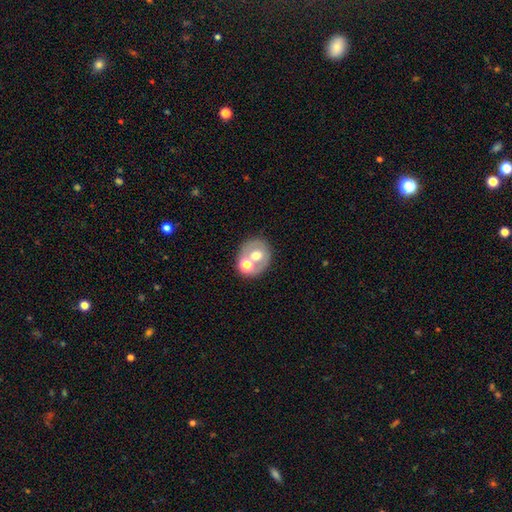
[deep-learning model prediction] This is possibly a smooth galaxy (49%). Merging: possibly none (52%).